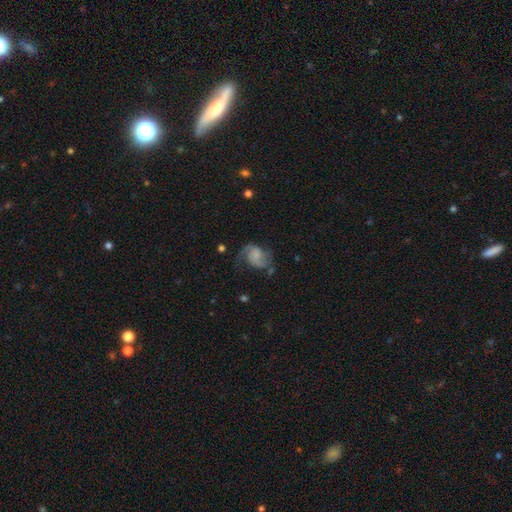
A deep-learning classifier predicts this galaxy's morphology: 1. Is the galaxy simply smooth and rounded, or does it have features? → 70% featured or disk, 21% smooth, 8% star or artifact.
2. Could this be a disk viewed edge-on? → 98% no, 2% yes.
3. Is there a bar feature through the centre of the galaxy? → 63% no, 31% weak, 6% strong.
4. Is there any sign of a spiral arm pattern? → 93% yes, 7% no.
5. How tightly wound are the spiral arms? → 44% loose, 43% medium, 13% tight.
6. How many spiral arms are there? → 86% 2, 5% can't tell, 5% 1, 2% 3, 1% 4, 1% more than 4.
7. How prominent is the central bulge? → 39% none, 30% small, 20% moderate, 9% large, 3% dominant.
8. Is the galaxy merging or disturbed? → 56% none, 24% minor disturbance, 18% major disturbance, 3% merger.